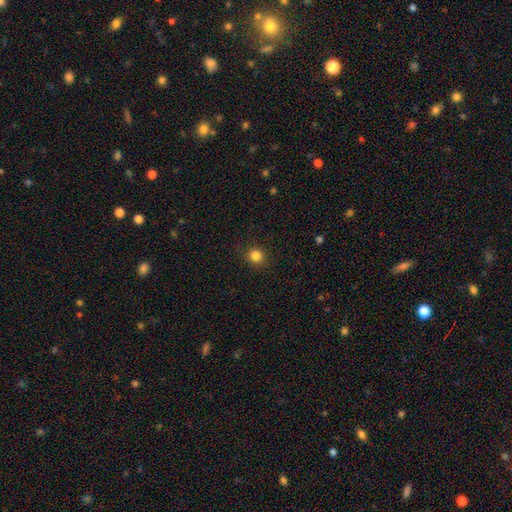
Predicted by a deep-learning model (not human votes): smooth 83%, star or artifact 12%, featured or disk 5%. Down the decision tree: how rounded — round (90%); merging — none (90%).